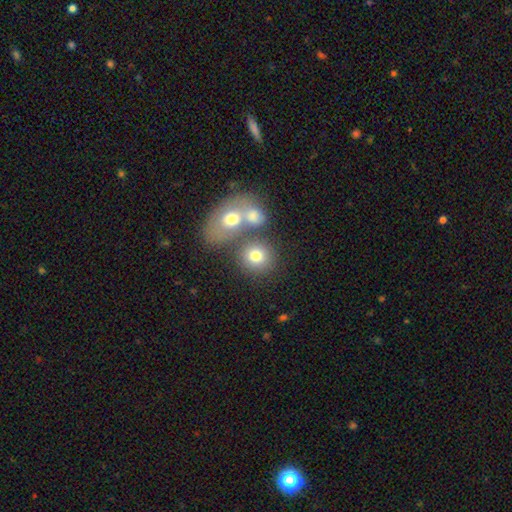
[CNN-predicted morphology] The model was most divided on "merging": none: 56%, merger: 30%, minor disturbance: 9%, major disturbance: 5%. More confident: how rounded — round (77%); smooth or featured — smooth (74%).